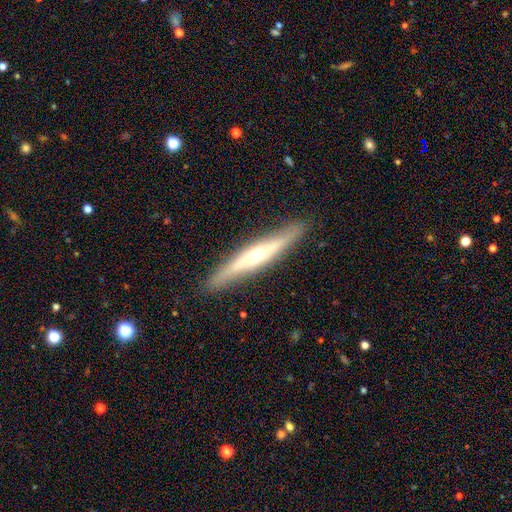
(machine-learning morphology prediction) Smooth or featured?
  - featured or disk: 66% *
  - smooth: 28%
  - star or artifact: 6%
Edge-on disk?
  - yes: 91% *
  - no: 9%
Edge-on bulge?
  - rounded: 81% *
  - none: 15%
  - boxy: 4%
Merging?
  - none: 89% *
  - minor disturbance: 8%
  - major disturbance: 2%
  - merger: 1%